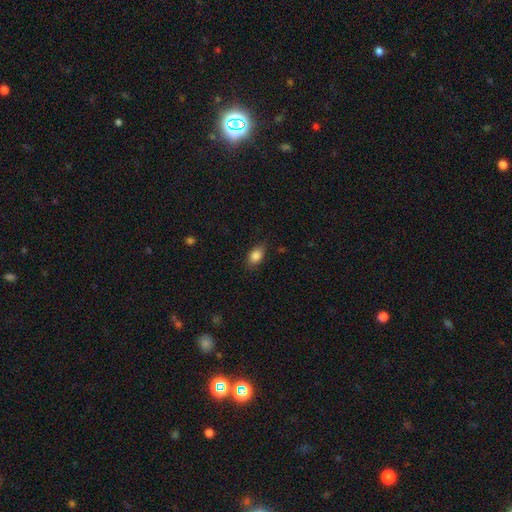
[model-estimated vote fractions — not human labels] Overall: smooth (85%). How rounded: in between (84%). Merging: none (79%).